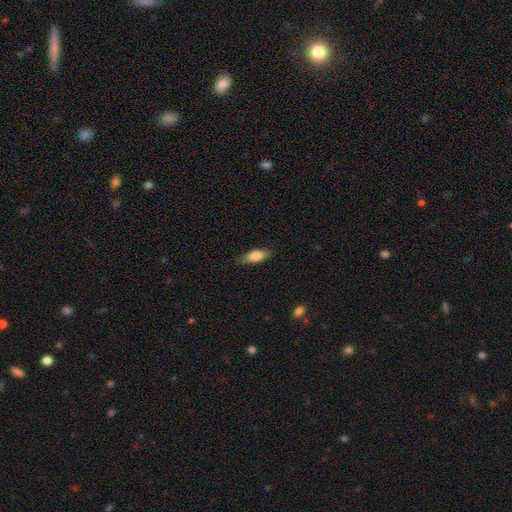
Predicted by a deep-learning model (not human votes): A smooth galaxy with no disk features (80%) that is in between round and cigar-shaped (77%). Merging: none (80%).